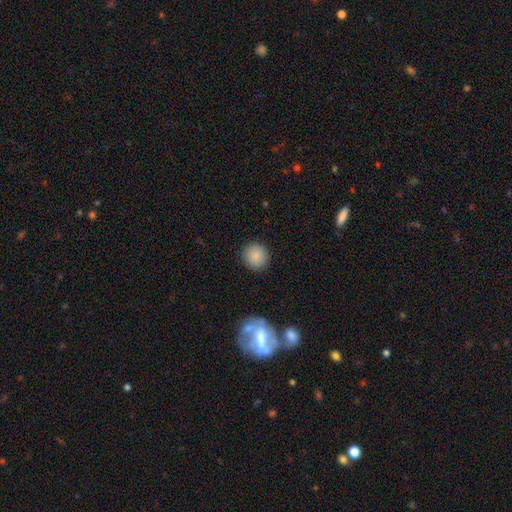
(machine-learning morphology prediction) smooth_or_featured: smooth (p=0.88) [alt: star or artifact p=0.08]
how_rounded: round (p=0.92) [alt: in between p=0.07]
merging: none (p=0.91) [alt: minor disturbance p=0.06]